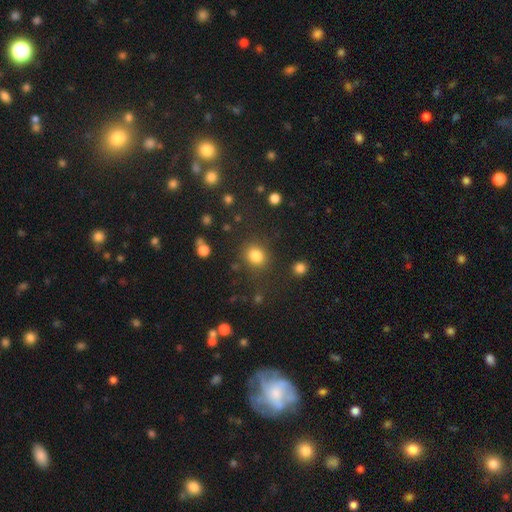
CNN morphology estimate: Smooth or featured?
  - smooth: 83% *
  - star or artifact: 12%
  - featured or disk: 5%
How rounded?
  - round: 73% *
  - in between: 26%
  - cigar-shaped: 1%
Merging?
  - none: 81% *
  - minor disturbance: 10%
  - major disturbance: 5%
  - merger: 4%